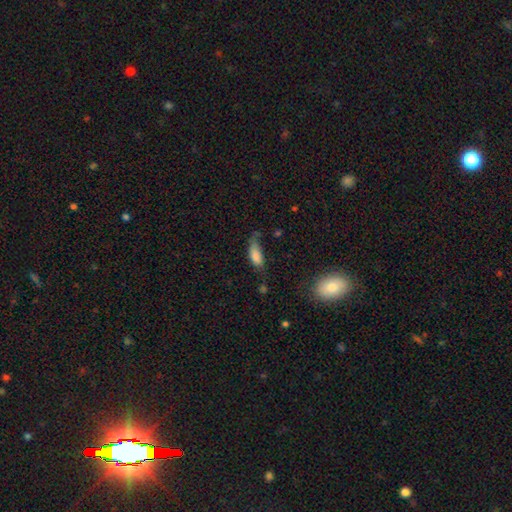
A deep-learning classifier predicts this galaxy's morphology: This appears to be a smooth galaxy with no disk features (80%) that is in between round and cigar-shaped (78%). Merging: minor disturbance (37%).